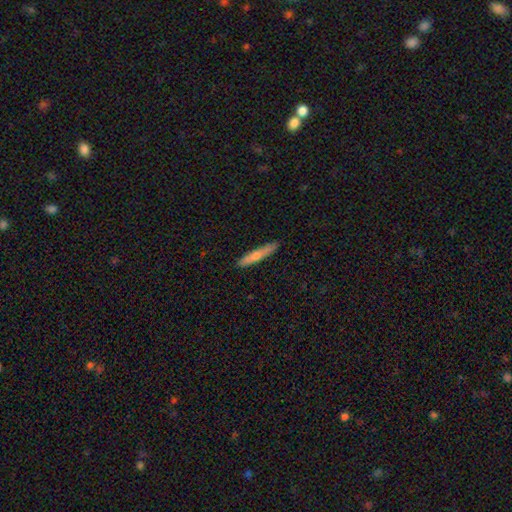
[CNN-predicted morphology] This appears to be a smooth galaxy with no disk features (57%) that is cigar-shaped (93%). Merging: none (89%).